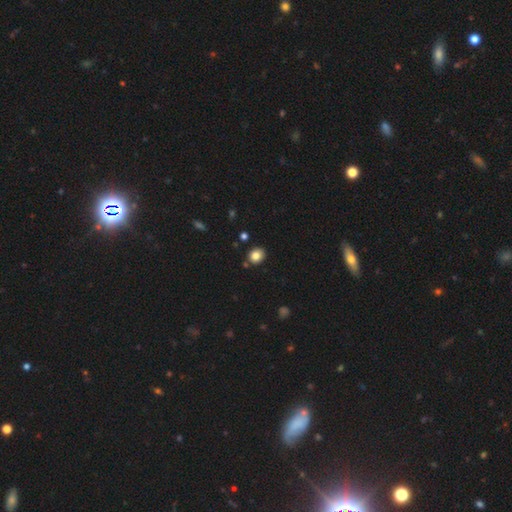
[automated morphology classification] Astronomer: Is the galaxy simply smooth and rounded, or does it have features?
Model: smooth — 83%.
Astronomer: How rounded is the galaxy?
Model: round — 67%.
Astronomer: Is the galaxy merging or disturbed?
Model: none — 85%.